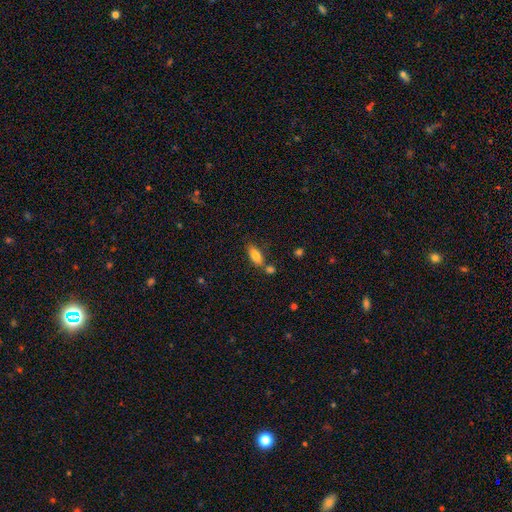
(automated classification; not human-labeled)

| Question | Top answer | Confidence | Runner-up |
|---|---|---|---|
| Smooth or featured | smooth | 81% | featured or disk (11%) |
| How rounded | in between | 80% | cigar-shaped (17%) |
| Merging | none | 62% | merger (20%) |